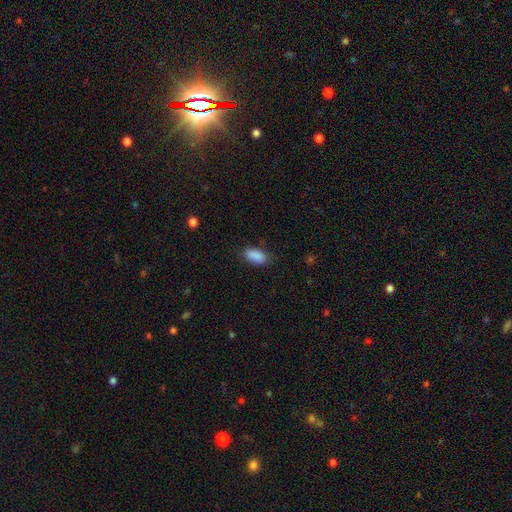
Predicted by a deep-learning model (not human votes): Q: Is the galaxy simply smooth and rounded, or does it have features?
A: smooth — 89%.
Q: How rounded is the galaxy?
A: in between — 91%.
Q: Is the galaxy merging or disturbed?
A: none — 78%.